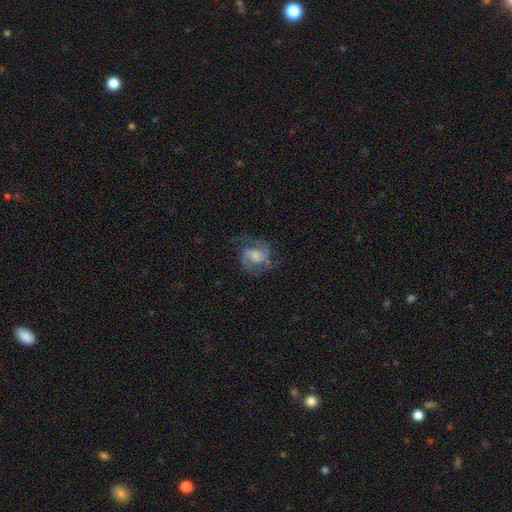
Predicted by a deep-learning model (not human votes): Smooth or featured?
  - featured or disk: 80% *
  - smooth: 13%
  - star or artifact: 6%
Edge-on disk?
  - no: 98% *
  - yes: 2%
Bar?
  - weak: 46% *
  - no: 43%
  - strong: 12%
Spiral arms?
  - yes: 95% *
  - no: 5%
Spiral winding?
  - medium: 56% *
  - tight: 23%
  - loose: 21%
Spiral arm count?
  - 2: 84% *
  - can't tell: 6%
  - 3: 4%
  - 1: 3%
  - 4: 1%
  - more than 4: 1%
Bulge size?
  - moderate: 35% *
  - small: 34%
  - none: 17%
  - large: 12%
  - dominant: 2%
Merging?
  - none: 67% *
  - minor disturbance: 18%
  - major disturbance: 13%
  - merger: 2%